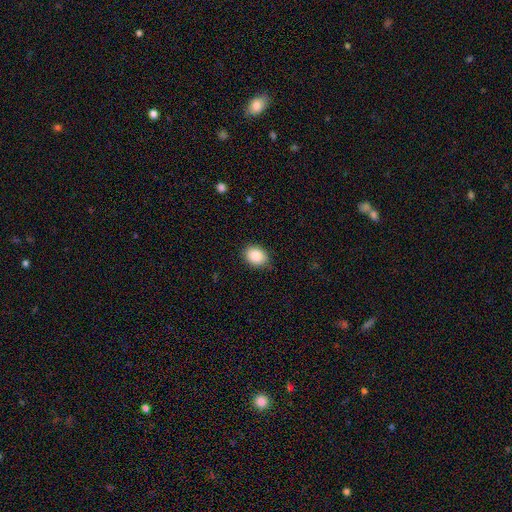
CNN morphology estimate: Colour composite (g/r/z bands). It shows a smooth galaxy with no disk features (89%) that is in between round and cigar-shaped (67%). Merging: none (82%).